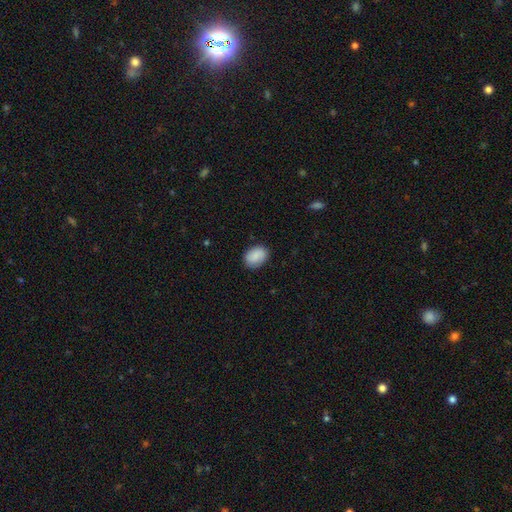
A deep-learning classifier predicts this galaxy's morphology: type=smooth (81%); roundness=in between (73%); merging=none (84%).